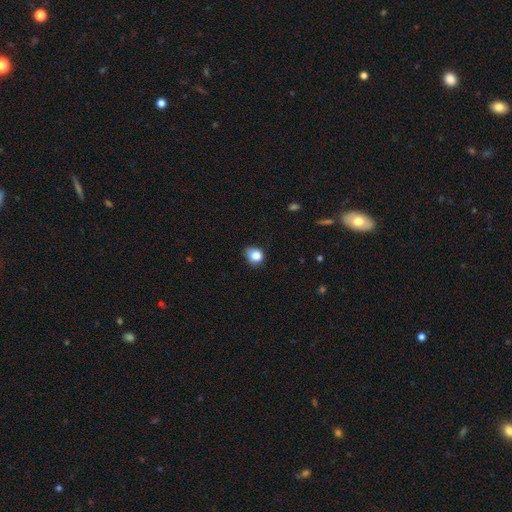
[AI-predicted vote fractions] smooth 82%, star or artifact 11%, featured or disk 7%. Down the decision tree: how rounded — round (65%); merging — none (58%).